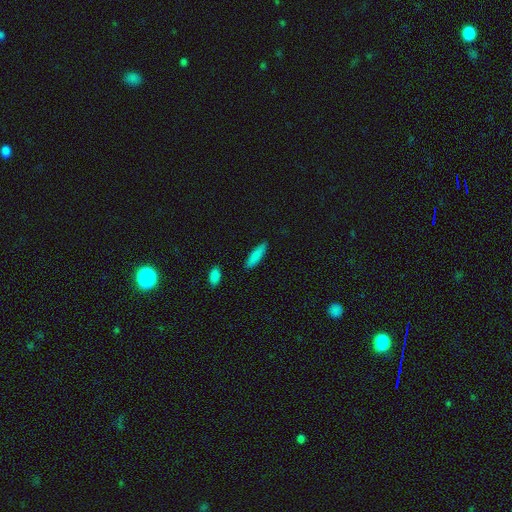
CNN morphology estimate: A smooth galaxy with no disk features (86%) that is cigar-shaped (67%). Merging: none (88%).